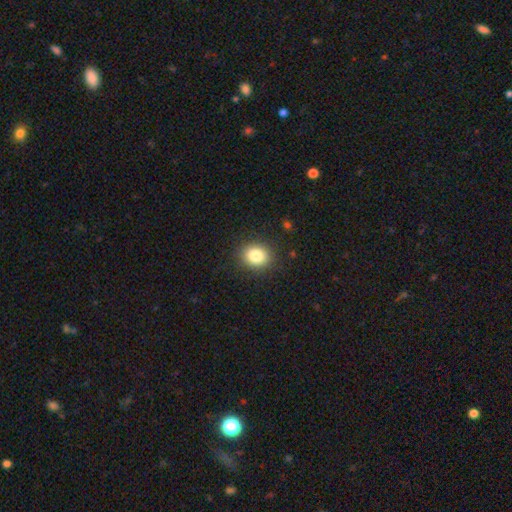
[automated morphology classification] smooth 84%, star or artifact 10%, featured or disk 6%. Down the decision tree: how rounded — round (64%); merging — none (88%).